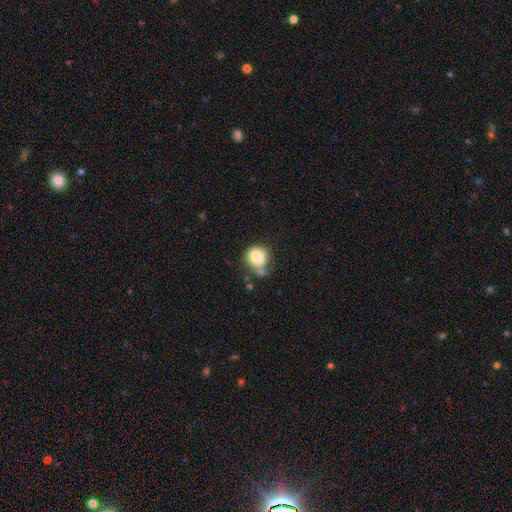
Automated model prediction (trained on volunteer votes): smooth 82%, star or artifact 9%, featured or disk 9%. Down the decision tree: how rounded — round (75%); merging — none (47%).